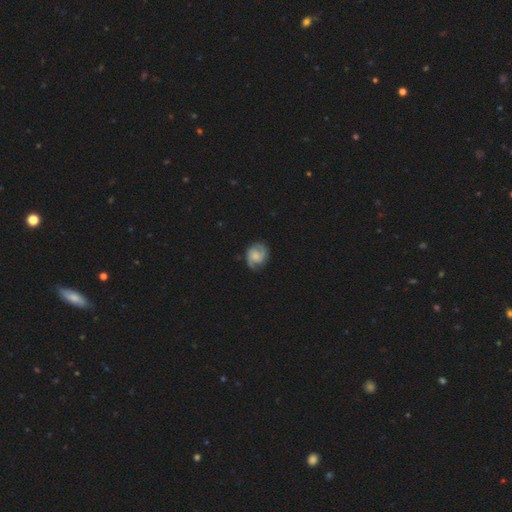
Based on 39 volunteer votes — Smooth or featured?
  - featured or disk: 92% *
  - star or artifact: 5%
  - smooth: 3%
Edge-on disk?
  - no: 100% *
  - yes: 0%
Bar?
  - weak: 50% *
  - no: 39%
  - strong: 11%
Spiral arms?
  - yes: 97% *
  - no: 3%
Spiral winding?
  - medium: 51% *
  - tight: 34%
  - loose: 14%
Spiral arm count?
  - 2: 100% *
  - 1: 0%
  - 3: 0%
  - 4: 0%
  - more than 4: 0%
  - can't tell: 0%
Bulge size?
  - moderate: 50% *
  - small: 31%
  - large: 8%
  - none: 8%
  - dominant: 3%
Merging?
  - none: 89% *
  - minor disturbance: 5%
  - major disturbance: 5%
  - merger: 0%